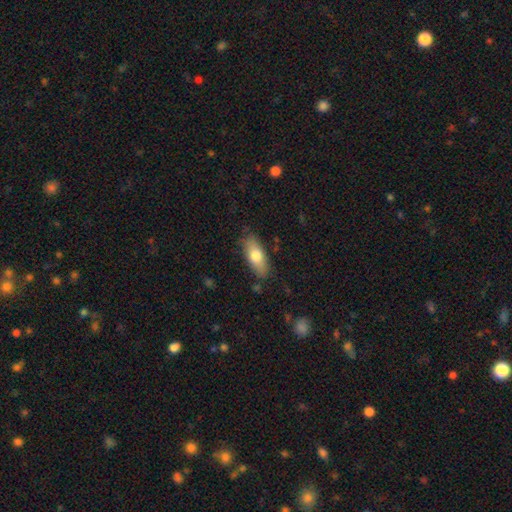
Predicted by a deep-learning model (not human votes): Morphology: type=smooth (74%); roundness=in between (78%); merging=none (83%).